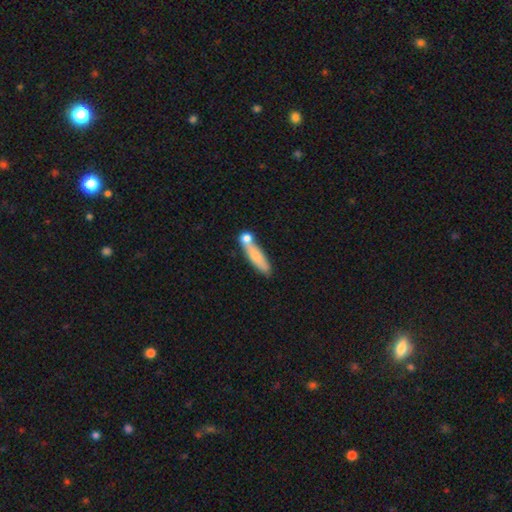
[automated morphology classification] smooth 70%, featured or disk 23%, star or artifact 7%. Down the decision tree: how rounded — cigar-shaped (75%); merging — none (49%).